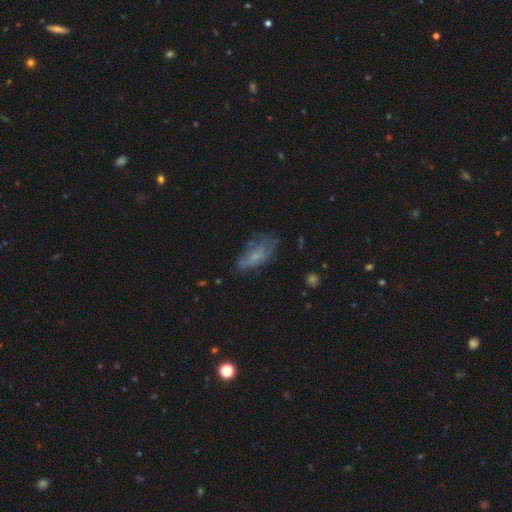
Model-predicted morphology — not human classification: This is possibly a smooth galaxy (53%). How rounded: likely in between (79%). Merging: possibly none (48%).